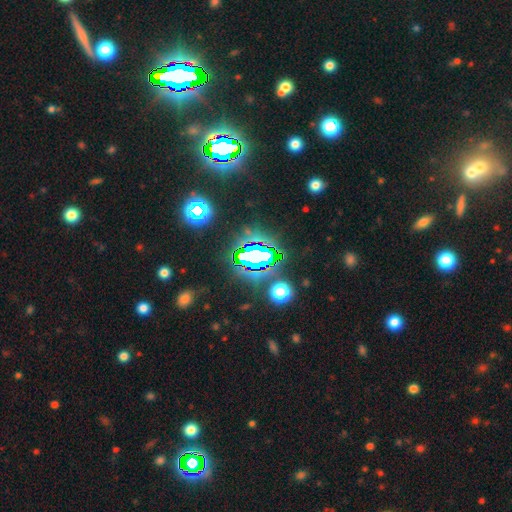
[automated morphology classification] type=star or artifact (75%).